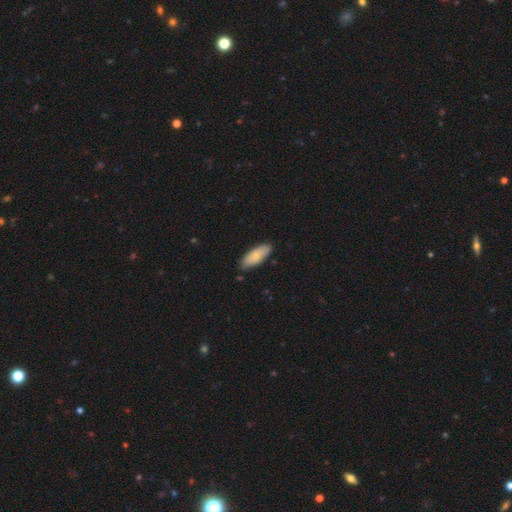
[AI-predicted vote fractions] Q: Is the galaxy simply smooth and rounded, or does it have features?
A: smooth — 82%.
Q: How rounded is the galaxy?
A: in between — 71%.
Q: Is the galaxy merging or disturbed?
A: none — 83%.